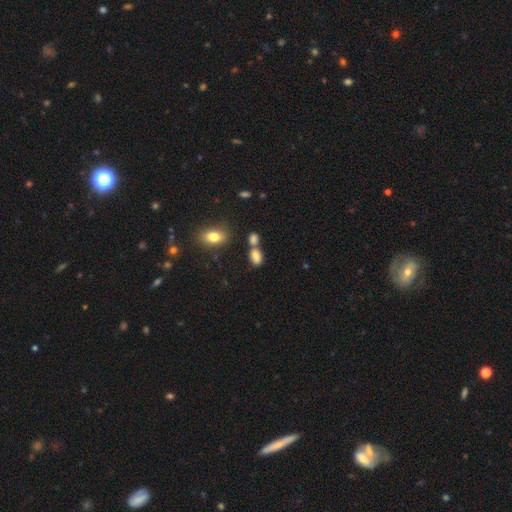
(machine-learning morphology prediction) Smooth or featured? smooth (79%)
How rounded? in between (86%)
Merging? none (47%)